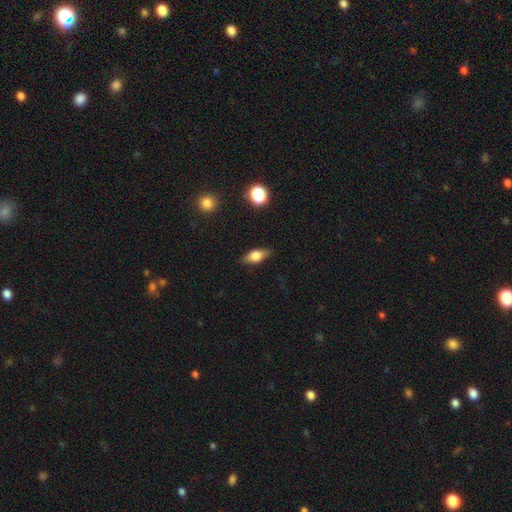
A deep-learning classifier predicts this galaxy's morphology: This is possibly a smooth galaxy (59%). How rounded: likely in between (74%). Merging: clearly none (84%).